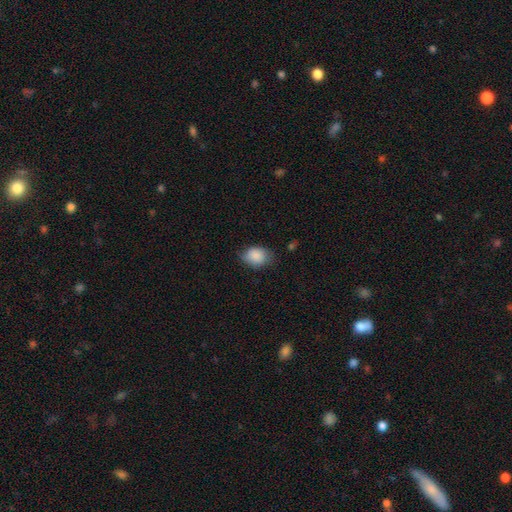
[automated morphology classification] smooth 88%, star or artifact 7%, featured or disk 5%. Down the decision tree: how rounded — in between (66%); merging — none (70%).